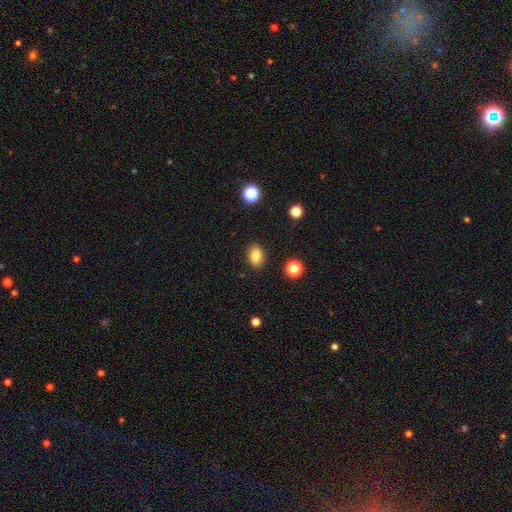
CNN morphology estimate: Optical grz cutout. It shows a smooth galaxy with no disk features (84%) that is in between round and cigar-shaped (83%). Merging: none (88%).